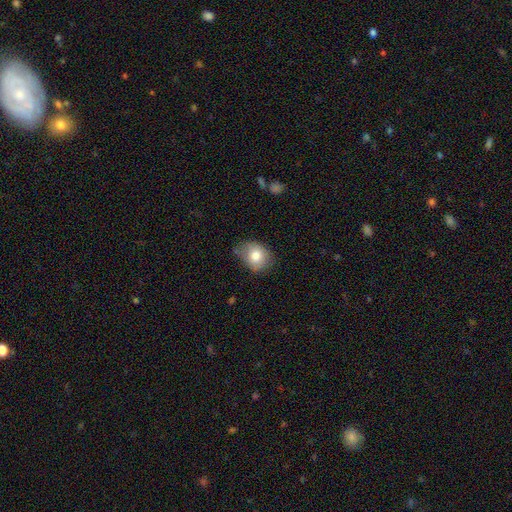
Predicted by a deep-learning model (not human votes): This appears to be a smooth galaxy with no disk features (79%) that is round (50%). Merging: none (60%).